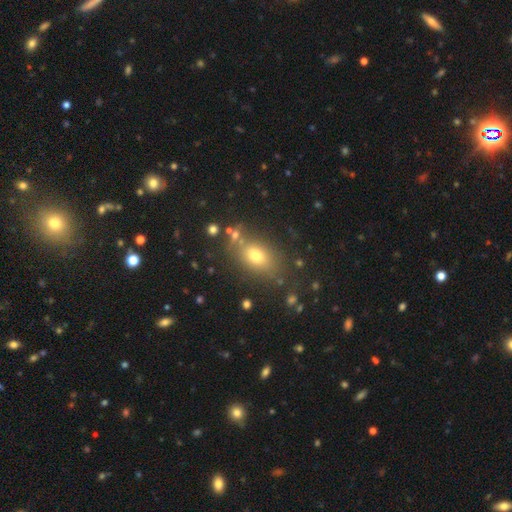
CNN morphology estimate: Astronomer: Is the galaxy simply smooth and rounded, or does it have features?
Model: smooth — 74%.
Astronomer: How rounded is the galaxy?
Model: in between — 79%.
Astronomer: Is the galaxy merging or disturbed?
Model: none — 76%.